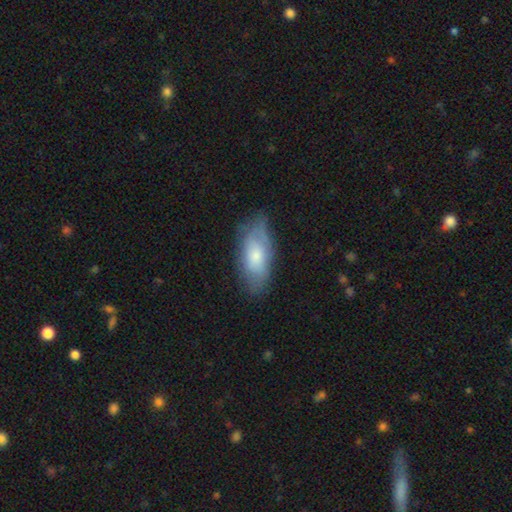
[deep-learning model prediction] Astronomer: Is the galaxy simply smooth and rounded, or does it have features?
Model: smooth — 66%.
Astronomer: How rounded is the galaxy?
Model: in between — 87%.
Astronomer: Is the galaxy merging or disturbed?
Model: none — 66%.